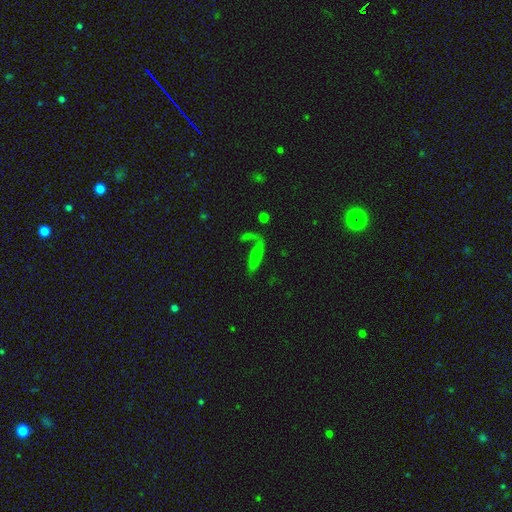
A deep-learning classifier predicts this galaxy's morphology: Overall: smooth (50%; featured or disk 39%). How rounded: cigar-shaped (56%; in between 39%). Merging: none (42%; major disturbance 21%).